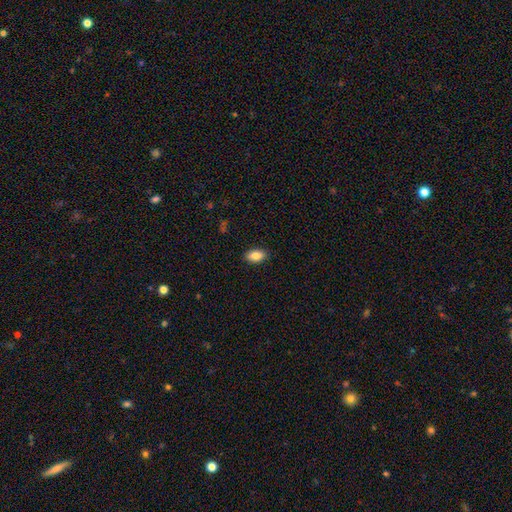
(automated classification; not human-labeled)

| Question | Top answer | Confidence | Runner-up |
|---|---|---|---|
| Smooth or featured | smooth | 84% | featured or disk (8%) |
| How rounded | in between | 91% | round (6%) |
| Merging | none | 89% | minor disturbance (9%) |